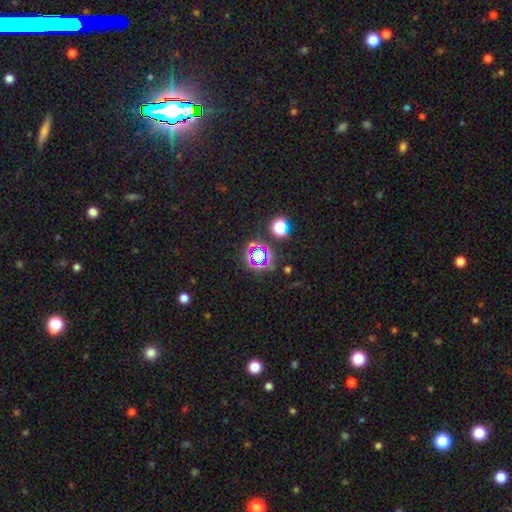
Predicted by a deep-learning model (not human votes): smooth-or-featured: star or artifact: 70% | smooth: 20% | featured or disk: 10%